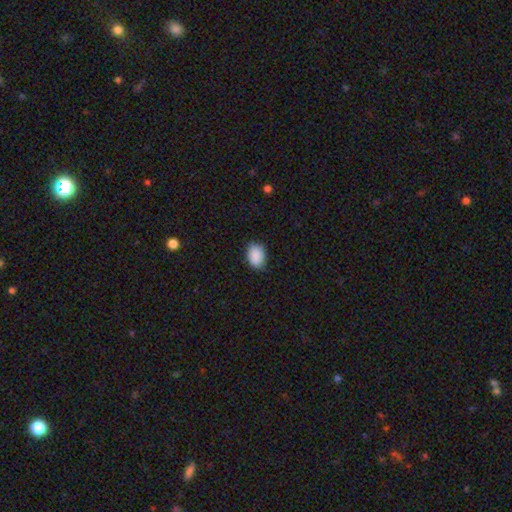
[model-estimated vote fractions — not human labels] smooth 90%, star or artifact 7%, featured or disk 3%. Down the decision tree: how rounded — in between (82%); merging — none (81%).